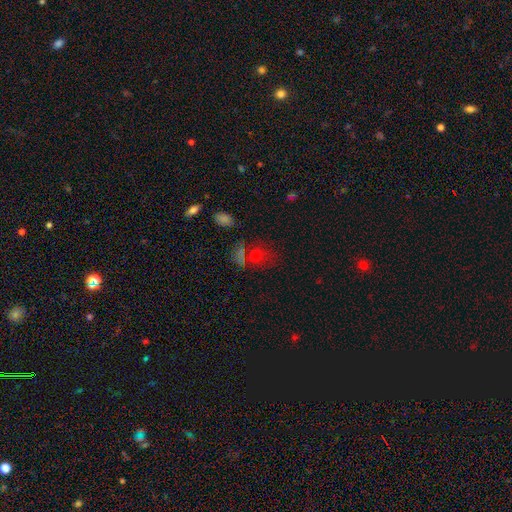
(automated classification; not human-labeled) smooth-or-featured: smooth: 60% | star or artifact: 26% | featured or disk: 14%
  how-rounded: round: 64% | in between: 33% | cigar-shaped: 2%
  merging: none: 52% | merger: 23% | minor disturbance: 15% | major disturbance: 11%